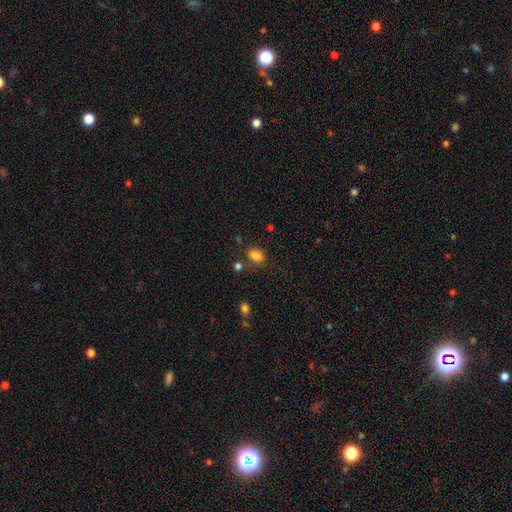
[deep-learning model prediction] A smooth galaxy with no disk features (81%) that is in between round and cigar-shaped (78%).

Vote fractions:
- Smooth or featured? smooth: 81% / star or artifact: 13% / featured or disk: 5%
- How rounded? in between: 78% / round: 20% / cigar-shaped: 2%
- Merging? none: 63% / minor disturbance: 19% / merger: 11% / major disturbance: 7%